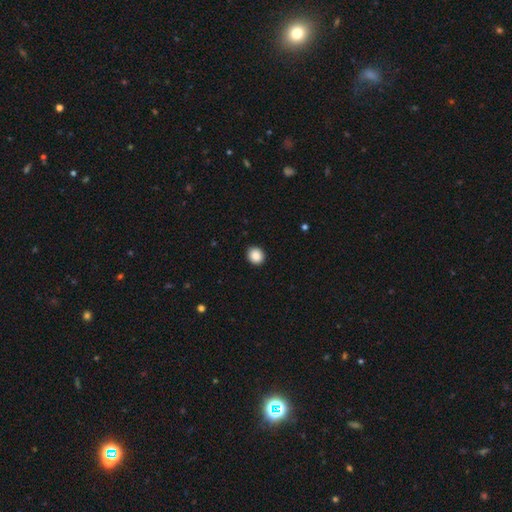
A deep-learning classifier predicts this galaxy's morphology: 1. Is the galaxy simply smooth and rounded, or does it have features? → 89% smooth, 9% star or artifact, 3% featured or disk.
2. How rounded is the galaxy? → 82% round, 17% in between, 1% cigar-shaped.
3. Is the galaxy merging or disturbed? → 92% none, 6% minor disturbance, 2% major disturbance, 1% merger.